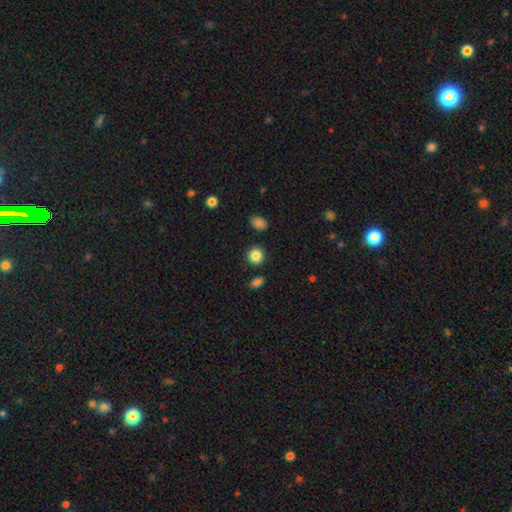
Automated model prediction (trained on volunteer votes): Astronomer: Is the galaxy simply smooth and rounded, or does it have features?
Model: smooth — 86%.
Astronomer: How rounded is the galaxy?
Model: round — 88%.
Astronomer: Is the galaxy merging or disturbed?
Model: none — 87%.